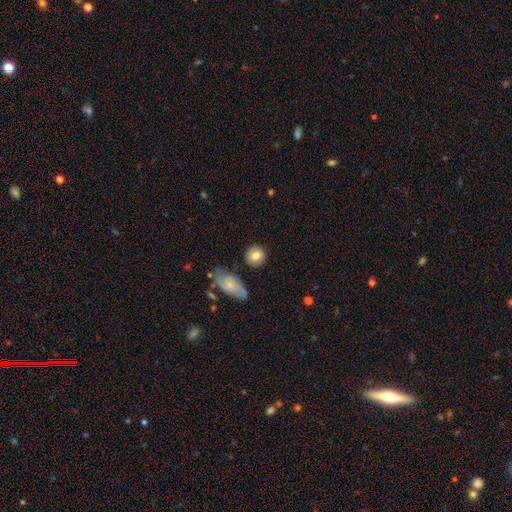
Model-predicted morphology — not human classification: Smooth or featured: smooth — 77% (featured or disk — 15%)
How rounded: round — 83% (in between — 15%)
Merging: none — 82% (minor disturbance — 11%)